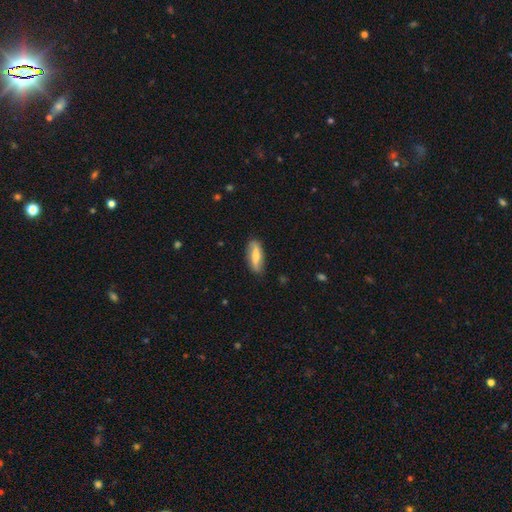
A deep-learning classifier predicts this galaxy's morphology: smooth-or-featured: featured or disk: 49% | smooth: 45% | star or artifact: 6%
  merging: none: 82% | minor disturbance: 14% | major disturbance: 3% | merger: 1%